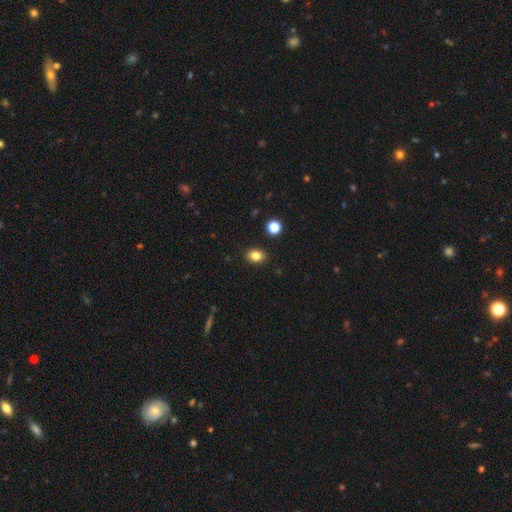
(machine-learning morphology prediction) Smooth or featured? Predicted: smooth (p=0.83). How rounded? Predicted: in between (p=0.69). Merging? Predicted: none (p=0.89).